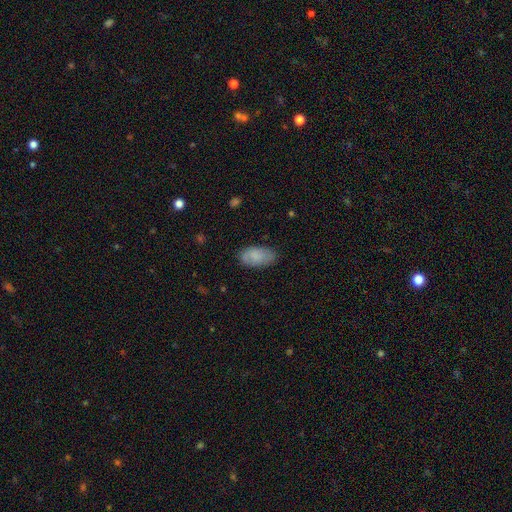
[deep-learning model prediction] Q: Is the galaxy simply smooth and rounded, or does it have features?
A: smooth — 80%.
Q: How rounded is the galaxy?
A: in between — 94%.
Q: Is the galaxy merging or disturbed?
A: none — 78%.